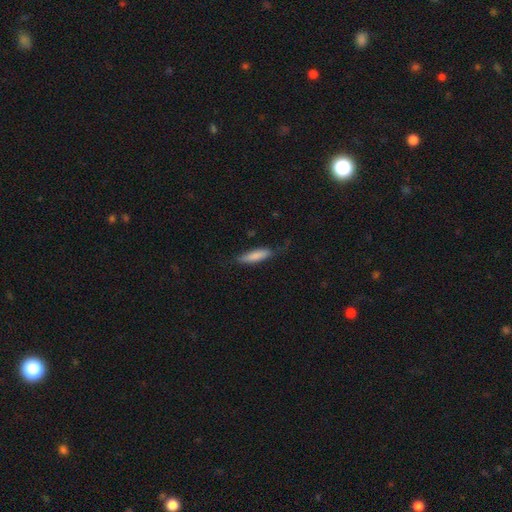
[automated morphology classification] A smooth galaxy with no disk features (82%) that is cigar-shaped (69%).

Vote fractions:
- Smooth or featured? smooth: 82% / featured or disk: 13% / star or artifact: 5%
- How rounded? cigar-shaped: 69% / in between: 30% / round: 2%
- Merging? none: 71% / minor disturbance: 21% / major disturbance: 6% / merger: 2%